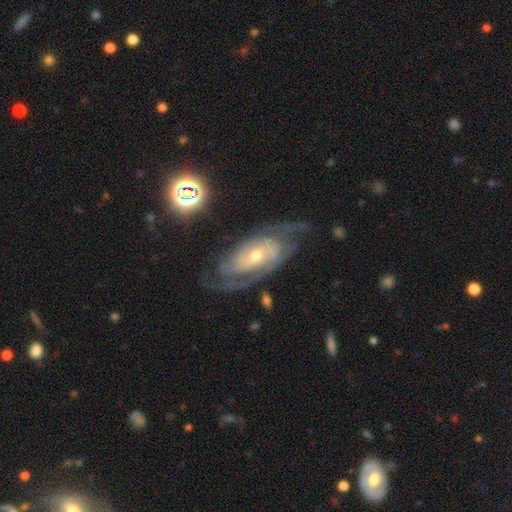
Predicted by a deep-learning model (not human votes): Smooth or featured: featured or disk — 84% (smooth — 9%)
Edge-on disk: no — 93% (yes — 7%)
Bar: no — 62% (weak — 29%)
Spiral arms: yes — 93% (no — 7%)
Spiral winding: tight — 54% (medium — 36%)
Spiral arm count: 2 — 48% (can't tell — 30%)
Bulge size: small — 51% (moderate — 44%)
Merging: none — 65% (minor disturbance — 19%)